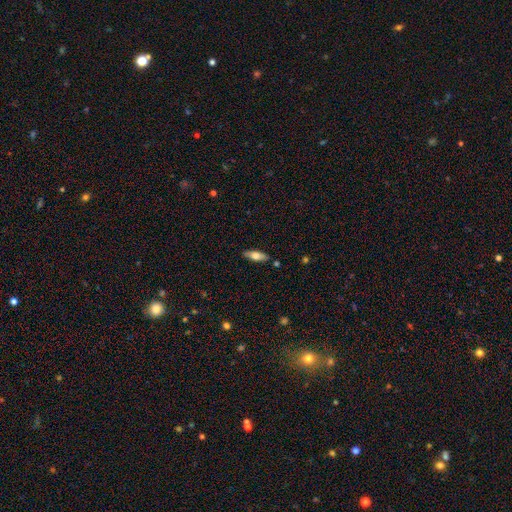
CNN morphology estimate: smooth-or-featured: smooth: 65% | featured or disk: 29% | star or artifact: 6%
  how-rounded: in between: 62% | cigar-shaped: 36% | round: 2%
  merging: none: 85% | minor disturbance: 11% | merger: 2% | major disturbance: 2%